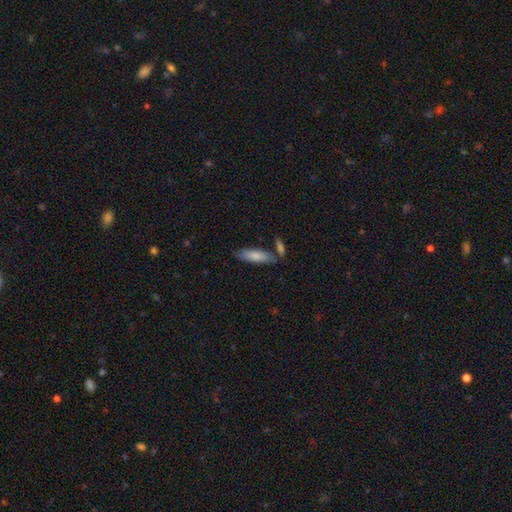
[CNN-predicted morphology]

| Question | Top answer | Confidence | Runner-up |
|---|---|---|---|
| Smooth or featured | smooth | 81% | featured or disk (14%) |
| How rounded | cigar-shaped | 54% | in between (44%) |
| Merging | none | 73% | minor disturbance (13%) |